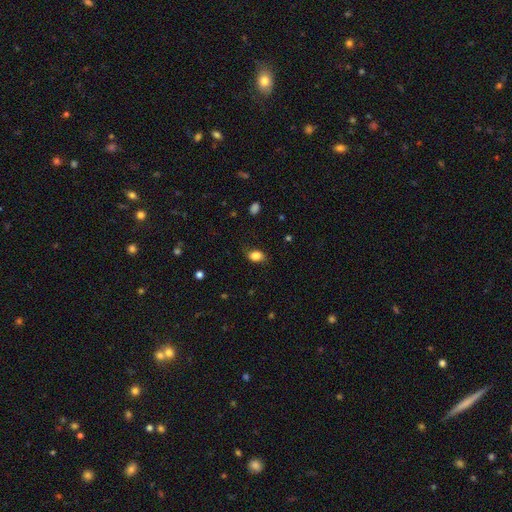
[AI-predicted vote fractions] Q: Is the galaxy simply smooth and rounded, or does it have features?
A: smooth — 83%.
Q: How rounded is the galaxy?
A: in between — 80%.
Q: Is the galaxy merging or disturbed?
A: none — 73%.